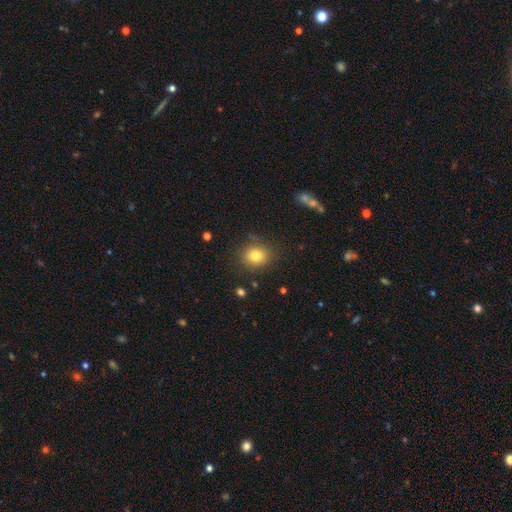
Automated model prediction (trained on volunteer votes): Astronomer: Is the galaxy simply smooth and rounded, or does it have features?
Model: smooth — 80%.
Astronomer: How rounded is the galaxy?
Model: round — 71%.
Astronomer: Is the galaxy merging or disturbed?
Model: none — 83%.